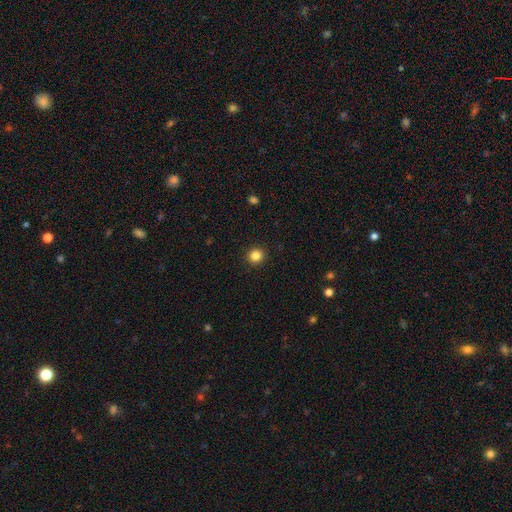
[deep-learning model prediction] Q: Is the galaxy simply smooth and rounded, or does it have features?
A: smooth — 84%.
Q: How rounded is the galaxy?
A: round — 92%.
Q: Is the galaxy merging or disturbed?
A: none — 92%.